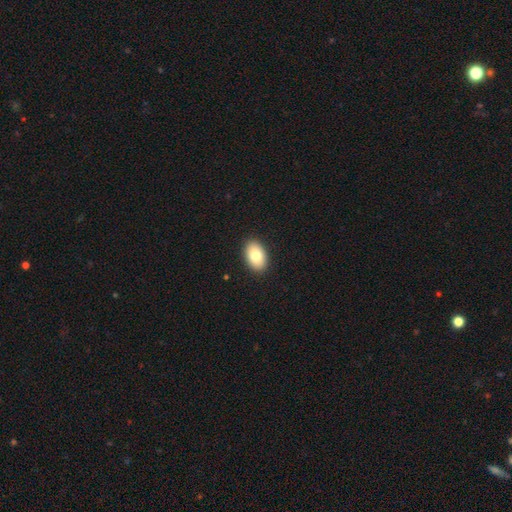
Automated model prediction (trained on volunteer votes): This is clearly a smooth galaxy (81%). How rounded: clearly in between (91%). Merging: clearly none (91%).